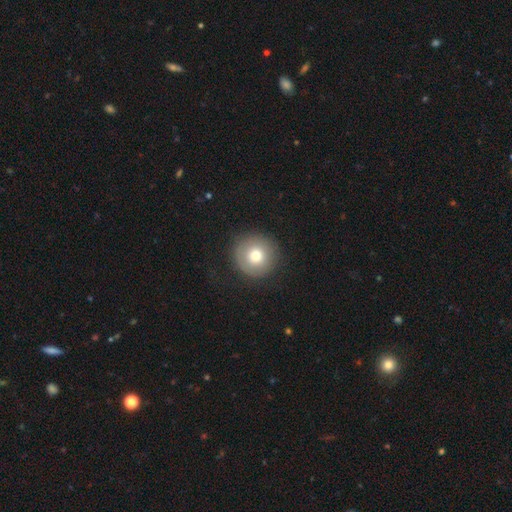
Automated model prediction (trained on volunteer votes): Q: Smooth or featured?
A: smooth (73%); runner-up: featured or disk (17%)
Q: How rounded?
A: round (95%); runner-up: in between (4%)
Q: Merging?
A: none (87%); runner-up: minor disturbance (8%)